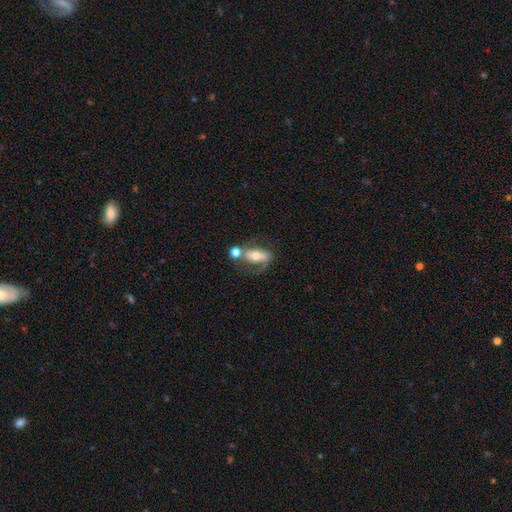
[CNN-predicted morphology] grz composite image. It shows a featured or disk galaxy (57%) with no bar (46%), spiral arms (76%) and a moderate central bulge (62%). Merging: none (38%).